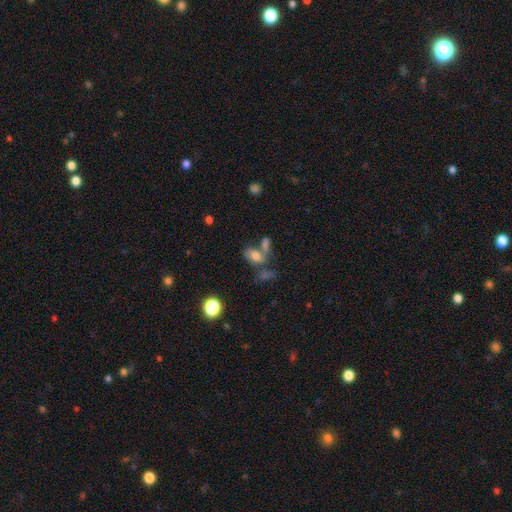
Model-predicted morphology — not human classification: type=smooth (68%); roundness=in between (84%); merging=merger (42%).